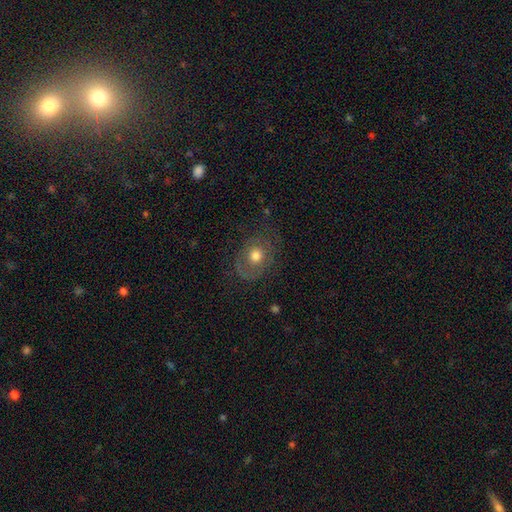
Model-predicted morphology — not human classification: Smooth or featured?
  - smooth: 60% *
  - featured or disk: 31%
  - star or artifact: 10%
How rounded?
  - round: 52% *
  - in between: 47%
  - cigar-shaped: 1%
Merging?
  - none: 67% *
  - minor disturbance: 19%
  - major disturbance: 13%
  - merger: 1%